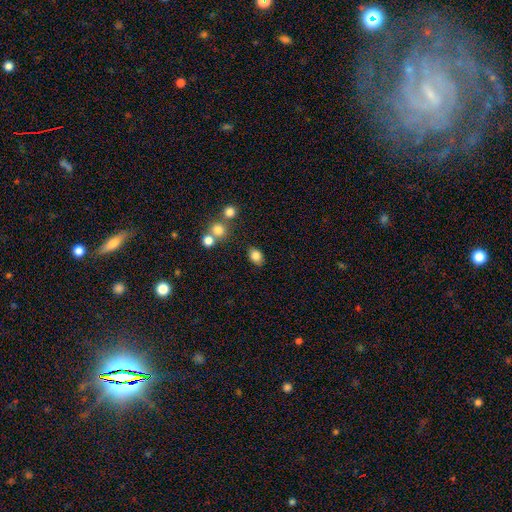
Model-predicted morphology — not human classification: smooth_or_featured: smooth (p=0.83) [alt: star or artifact p=0.12]
how_rounded: in between (p=0.64) [alt: round p=0.35]
merging: none (p=0.80) [alt: minor disturbance p=0.11]